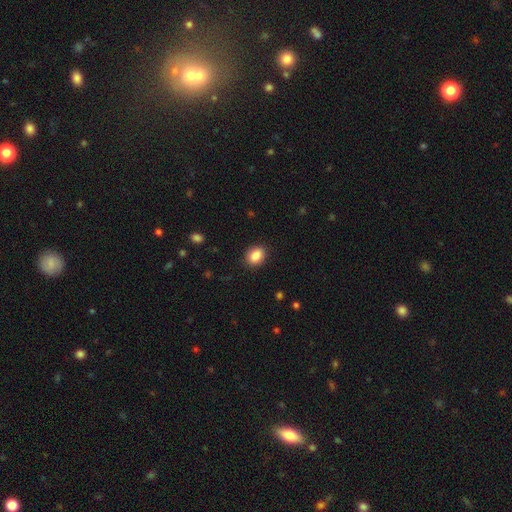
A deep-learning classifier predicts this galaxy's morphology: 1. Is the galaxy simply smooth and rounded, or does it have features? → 87% smooth, 8% star or artifact, 5% featured or disk.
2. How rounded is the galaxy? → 55% in between, 44% round, 1% cigar-shaped.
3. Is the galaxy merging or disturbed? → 89% none, 7% minor disturbance, 2% major disturbance, 1% merger.